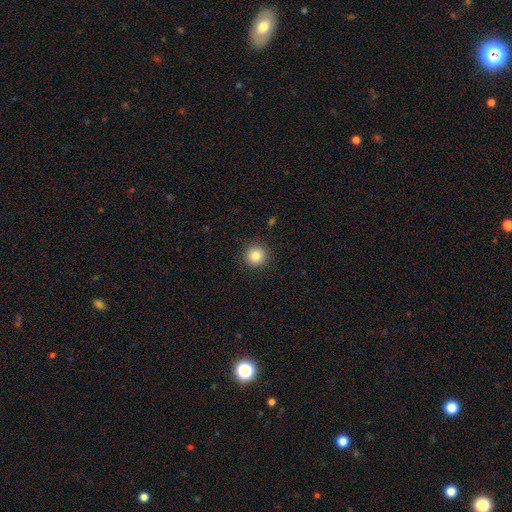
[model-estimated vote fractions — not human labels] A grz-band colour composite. It shows a smooth galaxy with no disk features (85%) that is round (95%). Merging: none (91%).